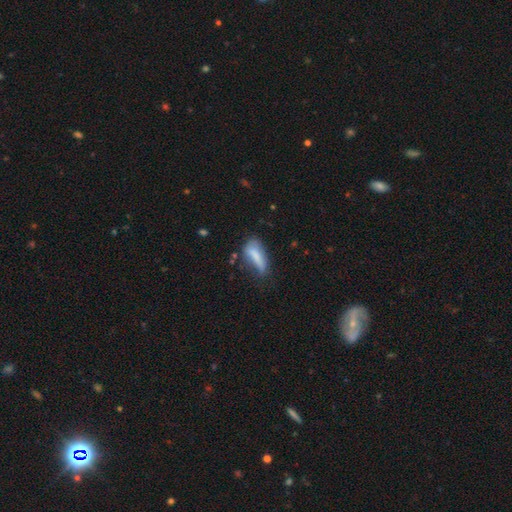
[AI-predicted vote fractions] A smooth galaxy with no disk features (72%) that is in between round and cigar-shaped (58%). Merging: none (39%).